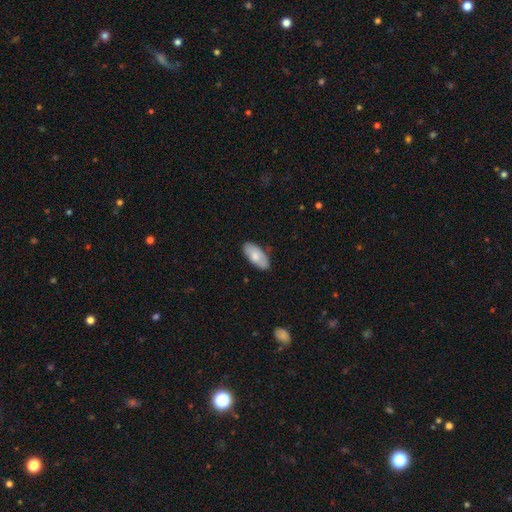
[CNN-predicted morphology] smooth 75%, featured or disk 19%, star or artifact 6%. Down the decision tree: how rounded — in between (91%); merging — none (80%).